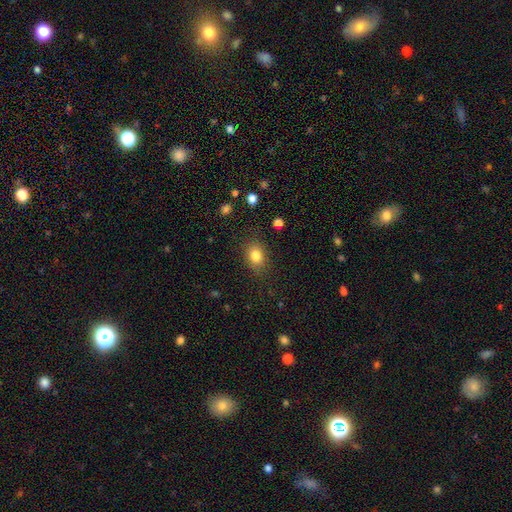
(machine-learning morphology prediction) Smooth or featured? smooth (82%)
How rounded? in between (61%)
Merging? none (83%)